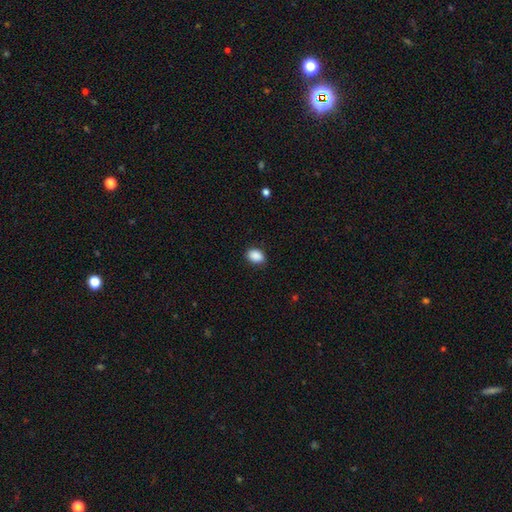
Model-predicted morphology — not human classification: Smooth or featured? Predicted: smooth (p=0.90). How rounded? Predicted: in between (p=0.76). Merging? Predicted: none (p=0.86).